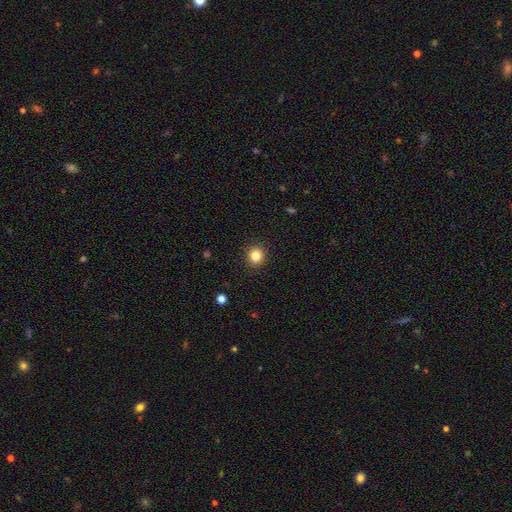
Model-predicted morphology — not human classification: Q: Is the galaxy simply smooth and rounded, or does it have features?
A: smooth — 84%.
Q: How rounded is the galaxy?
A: round — 88%.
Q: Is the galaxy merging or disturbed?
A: none — 91%.